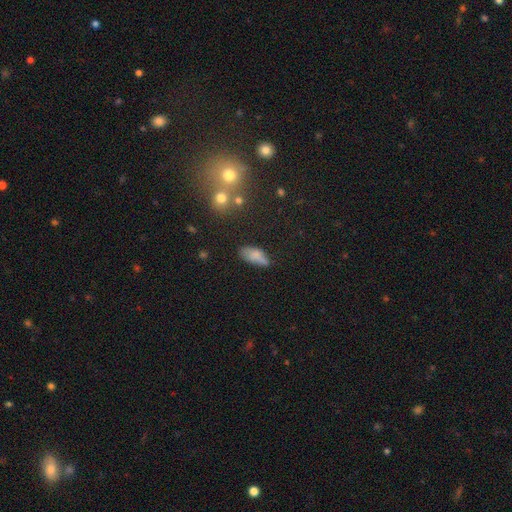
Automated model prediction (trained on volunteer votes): The model was most divided on "merging": none: 50%, minor disturbance: 32%, major disturbance: 12%, merger: 6%. More confident: how rounded — in between (85%); smooth or featured — smooth (74%).